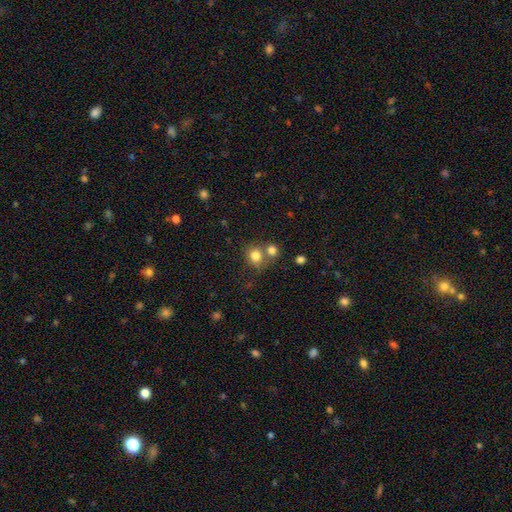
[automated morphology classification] Smooth or featured? Predicted: smooth (p=0.79). How rounded? Predicted: round (p=0.77). Merging? Predicted: none (p=0.50).